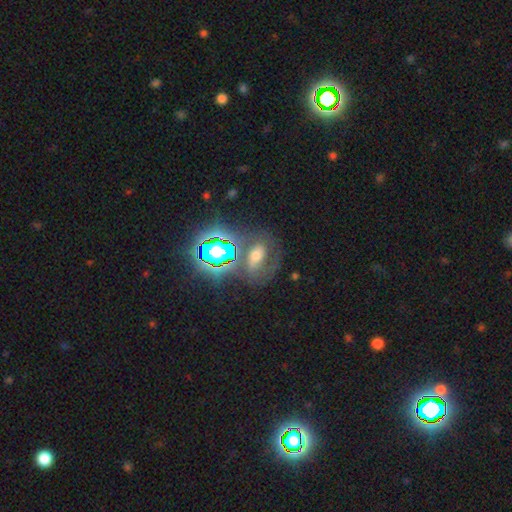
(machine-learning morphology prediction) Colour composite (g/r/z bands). It shows a featured or disk galaxy (36%). Merging: none (60%).